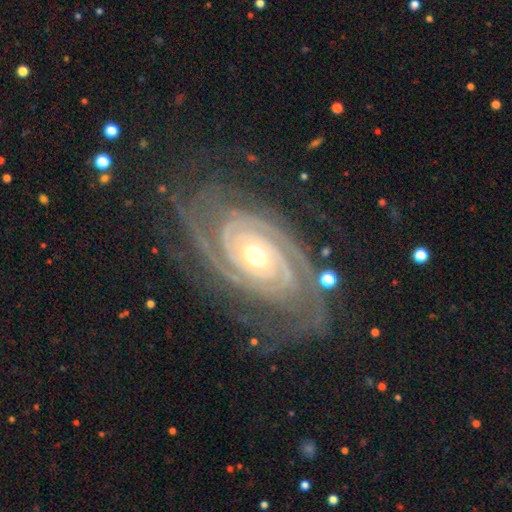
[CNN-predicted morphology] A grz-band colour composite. It shows a featured or disk galaxy (93%) with no bar (57%), 2 (46%) tight (84%) spiral arms (99%) and a moderate central bulge (63%). Merging: none (73%).